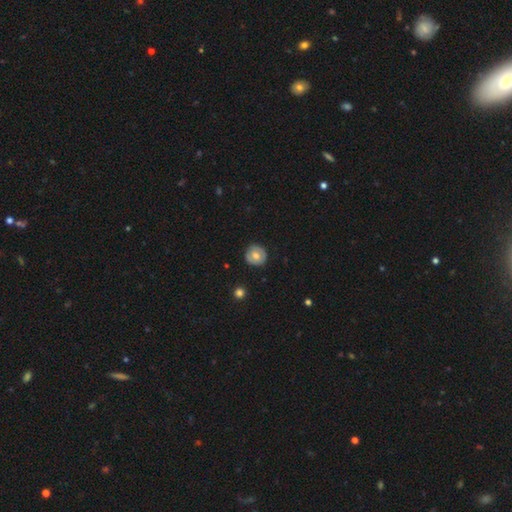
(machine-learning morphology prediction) smooth_or_featured: smooth (p=0.67) [alt: featured or disk p=0.26]
how_rounded: round (p=0.92) [alt: in between p=0.07]
merging: none (p=0.88) [alt: minor disturbance p=0.09]